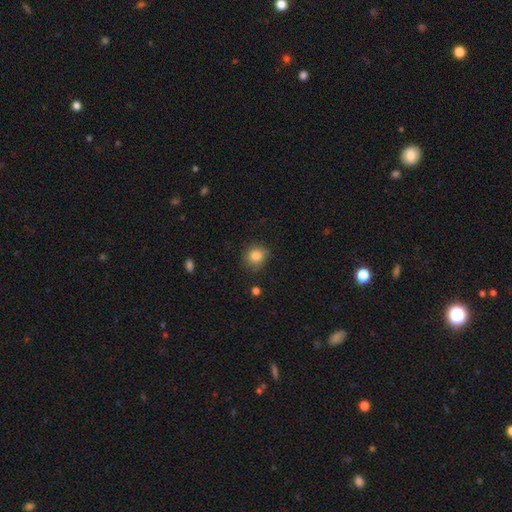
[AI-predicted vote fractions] This is clearly a smooth galaxy (86%). How rounded: likely round (78%). Merging: likely none (78%).